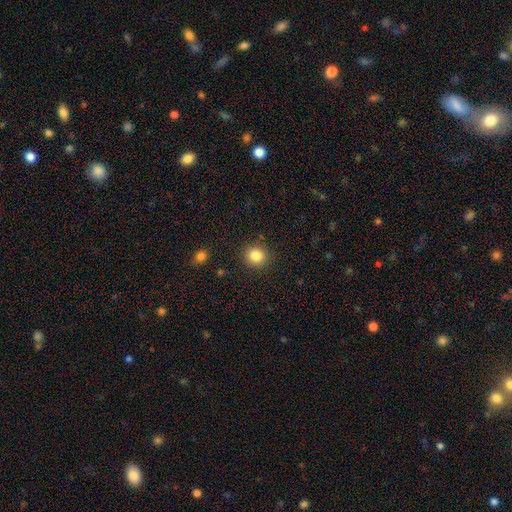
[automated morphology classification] The model was most divided on "smooth or featured": smooth: 85%, star or artifact: 10%, featured or disk: 5%. More confident: merging — none (89%); how rounded — round (88%).